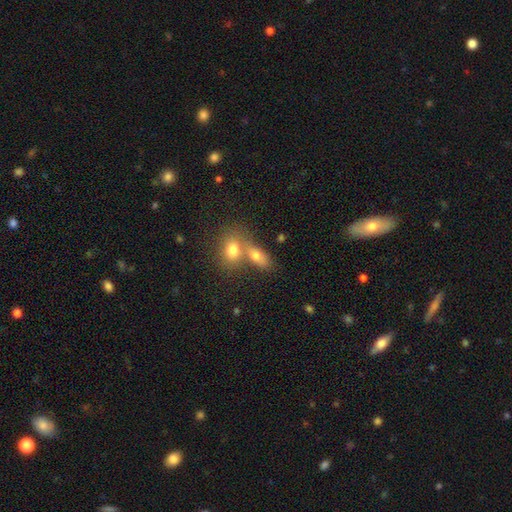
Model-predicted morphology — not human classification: type=smooth (74%); roundness=in between (77%); merging=merger (52%).